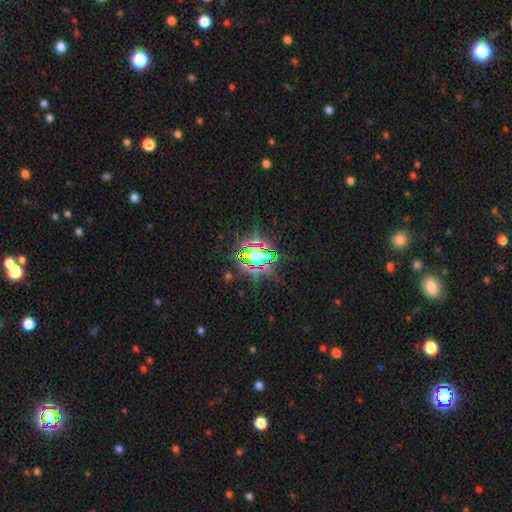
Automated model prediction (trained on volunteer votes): Morphology: type=star or artifact (74%).